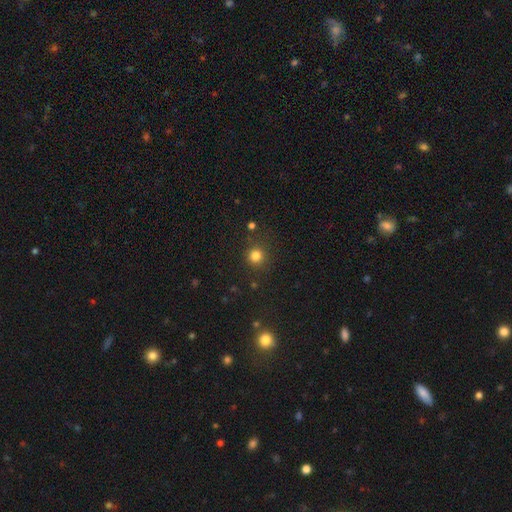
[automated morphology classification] The model was most divided on "smooth or featured": smooth: 80%, star or artifact: 15%, featured or disk: 5%. More confident: how rounded — round (93%); merging — none (86%).